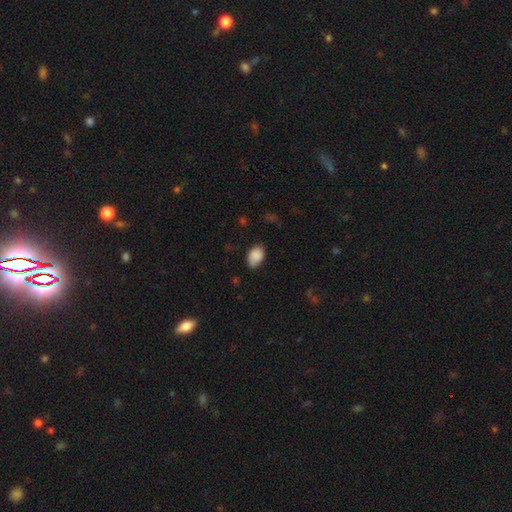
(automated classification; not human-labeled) A smooth galaxy with no disk features (86%) that is in between round and cigar-shaped (85%). Merging: none (65%).